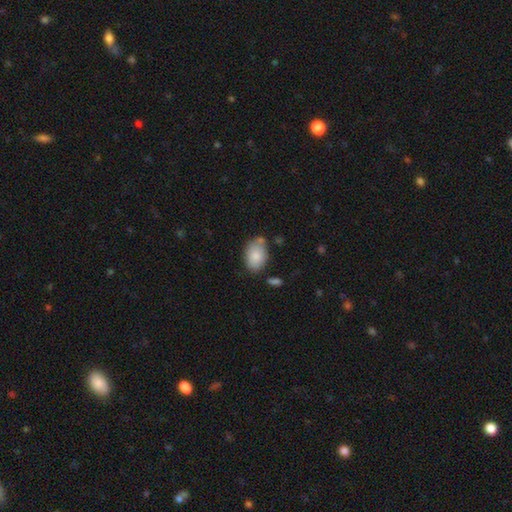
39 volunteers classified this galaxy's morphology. A smooth galaxy with no disk features (95%) that is in between round and cigar-shaped (89%).

Vote fractions:
- Smooth or featured? smooth: 95% / featured or disk: 5% / star or artifact: 0%
- How rounded? in between: 89% / round: 11% / cigar-shaped: 0%
- Merging? none: 72% / minor disturbance: 15% / merger: 13% / major disturbance: 0%